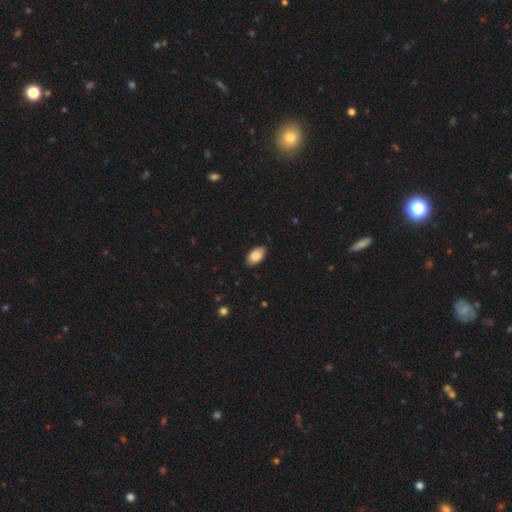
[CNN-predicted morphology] smooth_or_featured: smooth (p=0.88) [alt: star or artifact p=0.07]
how_rounded: in between (p=0.94) [alt: round p=0.04]
merging: none (p=0.82) [alt: minor disturbance p=0.15]